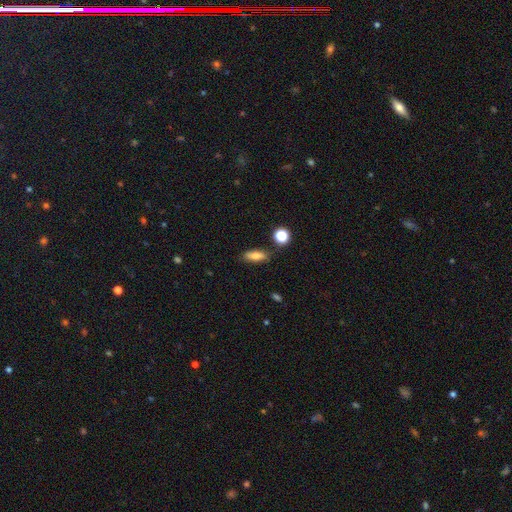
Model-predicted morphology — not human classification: smooth 77%, featured or disk 14%, star or artifact 10%. Down the decision tree: how rounded — in between (64%); merging — none (81%).